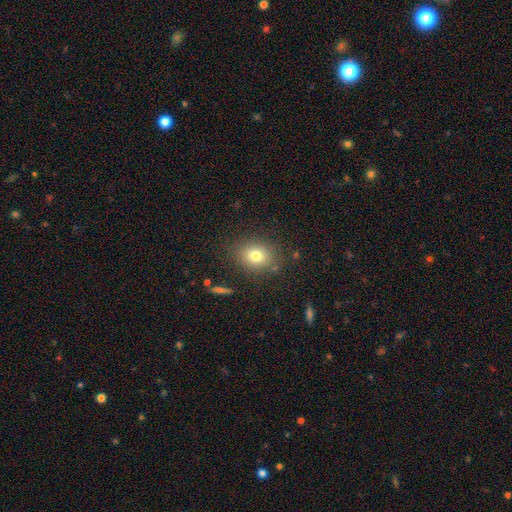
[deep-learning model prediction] This appears to be a smooth galaxy with no disk features (76%) that is in between round and cigar-shaped (52%). Merging: none (83%).